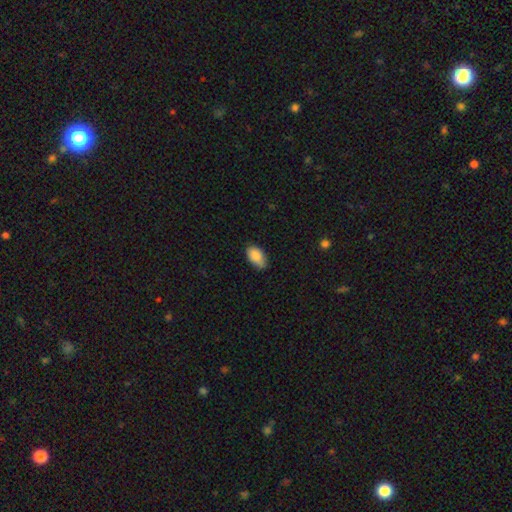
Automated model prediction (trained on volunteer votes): A smooth galaxy with no disk features (87%) that is in between round and cigar-shaped (93%).

Vote fractions:
- Smooth or featured? smooth: 87% / star or artifact: 7% / featured or disk: 6%
- How rounded? in between: 93% / round: 5% / cigar-shaped: 2%
- Merging? none: 71% / minor disturbance: 25% / major disturbance: 3% / merger: 1%